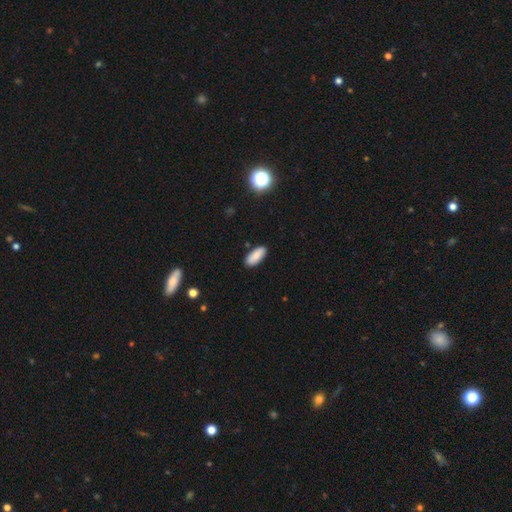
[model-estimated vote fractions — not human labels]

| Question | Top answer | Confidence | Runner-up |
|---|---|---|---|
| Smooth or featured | smooth | 87% | star or artifact (7%) |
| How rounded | in between | 83% | cigar-shaped (15%) |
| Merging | none | 88% | minor disturbance (9%) |